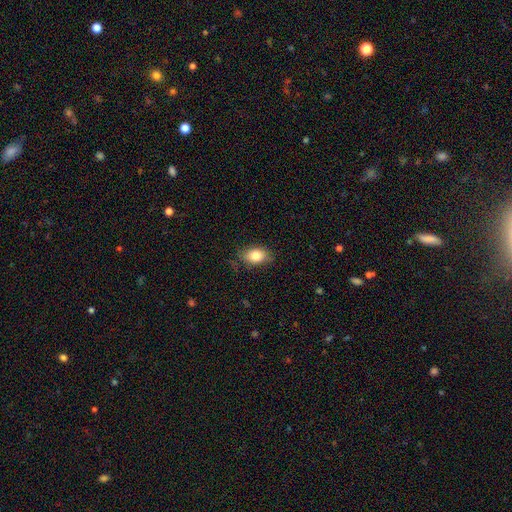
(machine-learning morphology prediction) smooth-or-featured: smooth: 80% | featured or disk: 11% | star or artifact: 8%
  how-rounded: in between: 83% | round: 14% | cigar-shaped: 2%
  merging: none: 75% | minor disturbance: 19% | major disturbance: 4% | merger: 1%